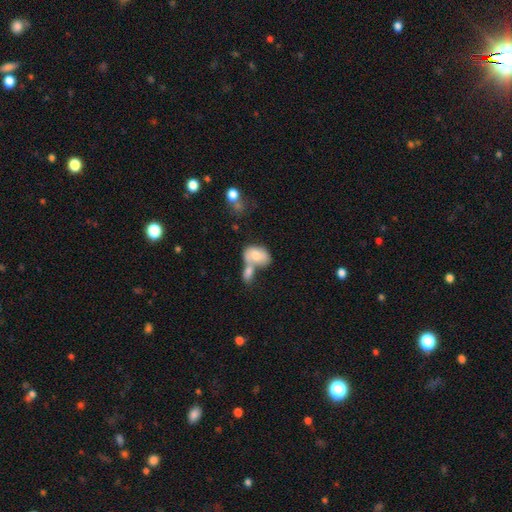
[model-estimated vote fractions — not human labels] Overall: smooth (68%). How rounded: in between (86%). Merging: merger (63%).